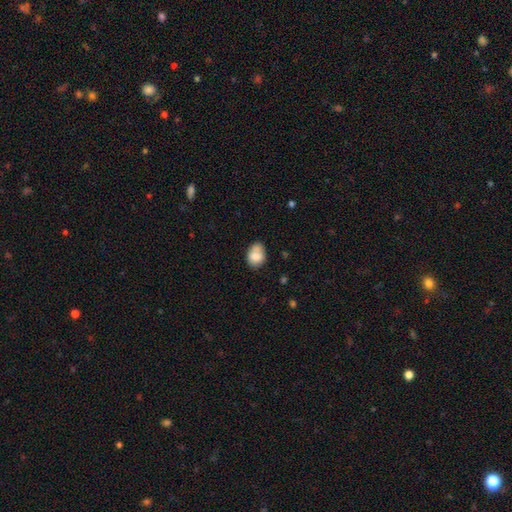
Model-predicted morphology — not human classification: A smooth galaxy with no disk features (81%) that is in between round and cigar-shaped (68%).

Vote fractions:
- Smooth or featured? smooth: 81% / featured or disk: 11% / star or artifact: 8%
- How rounded? in between: 68% / round: 31% / cigar-shaped: 1%
- Merging? none: 54% / minor disturbance: 30% / merger: 10% / major disturbance: 7%